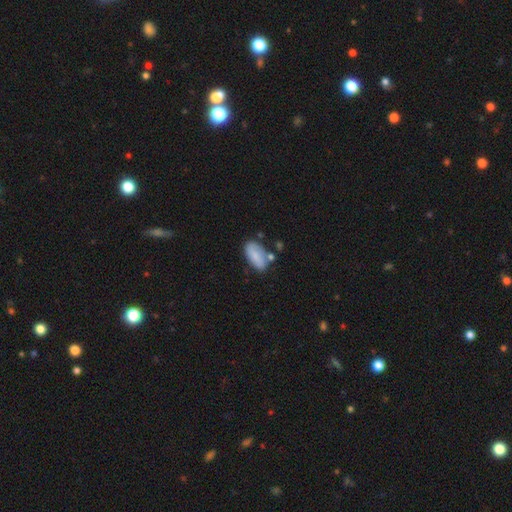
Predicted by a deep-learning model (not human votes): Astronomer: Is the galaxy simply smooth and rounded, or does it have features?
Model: smooth — 78%.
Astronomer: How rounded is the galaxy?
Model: in between — 91%.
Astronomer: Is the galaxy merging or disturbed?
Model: none — 58%.